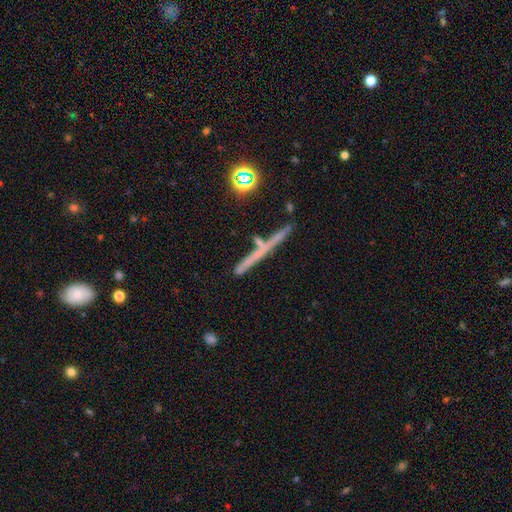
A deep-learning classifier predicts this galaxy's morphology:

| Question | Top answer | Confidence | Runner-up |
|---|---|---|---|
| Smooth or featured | featured or disk | 52% | smooth (36%) |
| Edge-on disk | yes | 94% | no (6%) |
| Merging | none | 77% | minor disturbance (13%) |